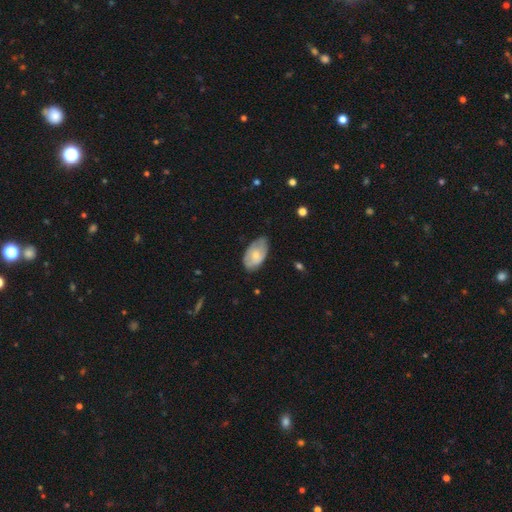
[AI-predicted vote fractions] Smooth or featured? Predicted: smooth (p=0.62). How rounded? Predicted: in between (p=0.94). Merging? Predicted: none (p=0.64).